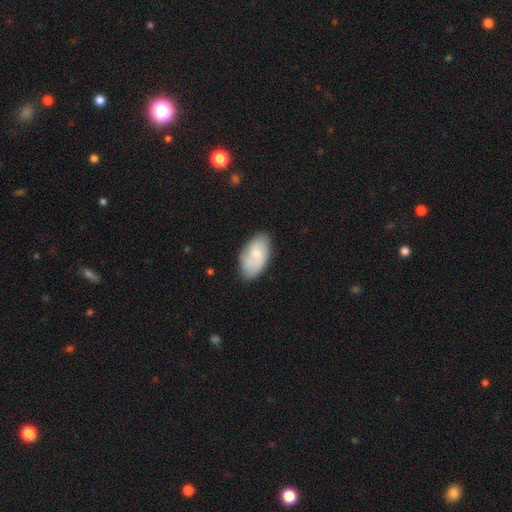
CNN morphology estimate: A smooth galaxy with no disk features (68%) that is in between round and cigar-shaped (94%). Merging: none (68%).